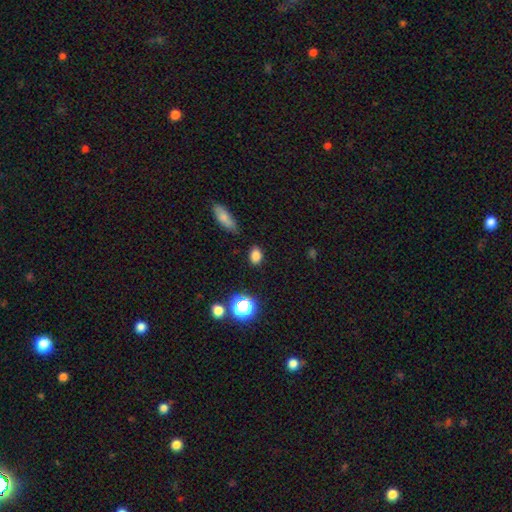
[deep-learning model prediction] Q: Smooth or featured?
A: smooth (81%); runner-up: star or artifact (14%)
Q: How rounded?
A: in between (74%); runner-up: round (24%)
Q: Merging?
A: none (82%); runner-up: minor disturbance (12%)